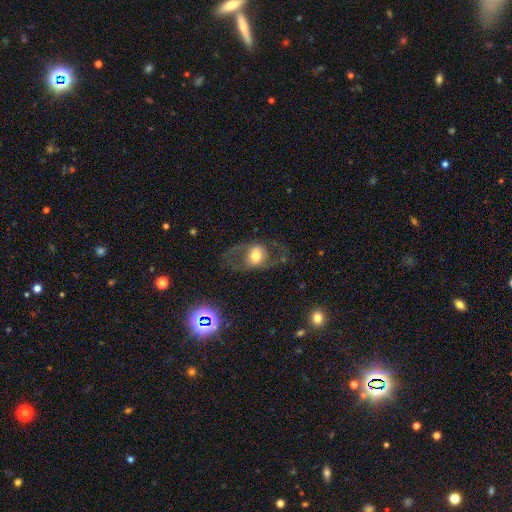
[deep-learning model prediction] Smooth or featured: featured or disk — 55% (smooth — 37%)
Edge-on disk: no — 91% (yes — 9%)
Merging: none — 64% (major disturbance — 19%)